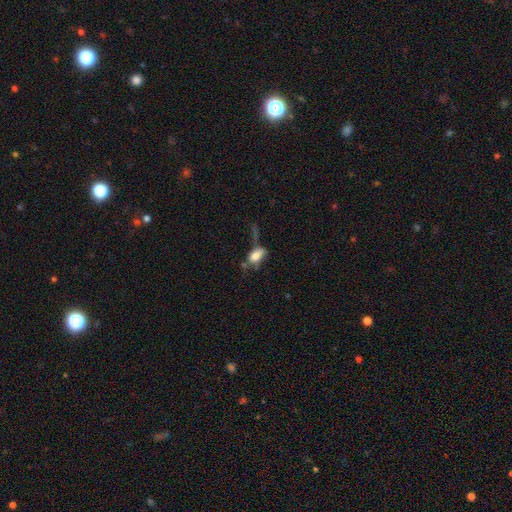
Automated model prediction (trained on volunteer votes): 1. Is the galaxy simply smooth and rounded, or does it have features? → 65% smooth, 23% featured or disk, 12% star or artifact.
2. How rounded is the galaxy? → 83% in between, 10% round, 7% cigar-shaped.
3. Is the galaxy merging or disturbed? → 34% major disturbance, 29% none, 21% minor disturbance, 17% merger.